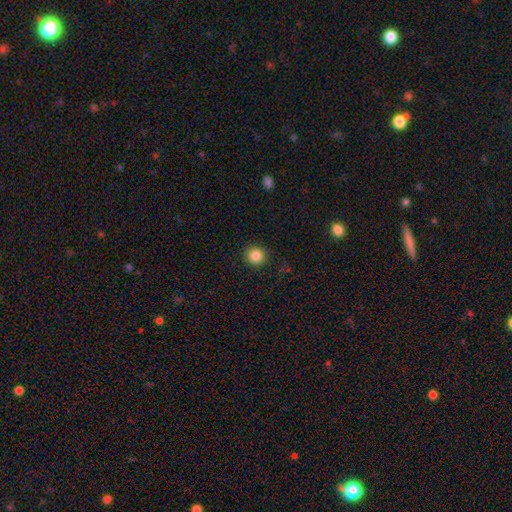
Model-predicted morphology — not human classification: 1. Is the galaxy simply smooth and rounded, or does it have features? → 86% smooth, 10% star or artifact, 4% featured or disk.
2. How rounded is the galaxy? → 91% round, 8% in between, 1% cigar-shaped.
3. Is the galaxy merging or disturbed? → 91% none, 6% minor disturbance, 2% major disturbance, 1% merger.